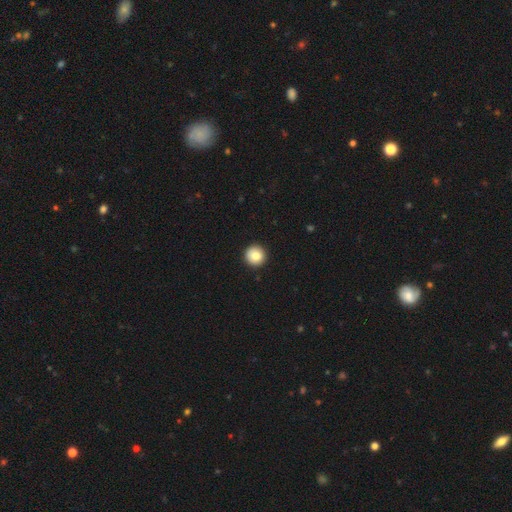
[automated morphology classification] type=smooth (84%); roundness=round (97%); merging=none (94%).